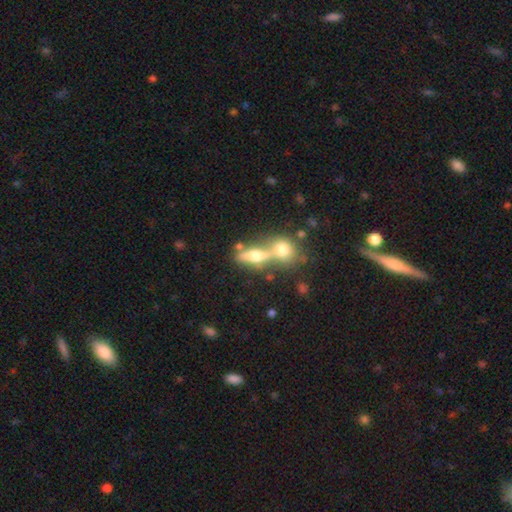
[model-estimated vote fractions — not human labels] Smooth or featured?
  - smooth: 49% *
  - featured or disk: 41%
  - star or artifact: 11%
Merging?
  - merger: 50% *
  - none: 36%
  - minor disturbance: 9%
  - major disturbance: 5%